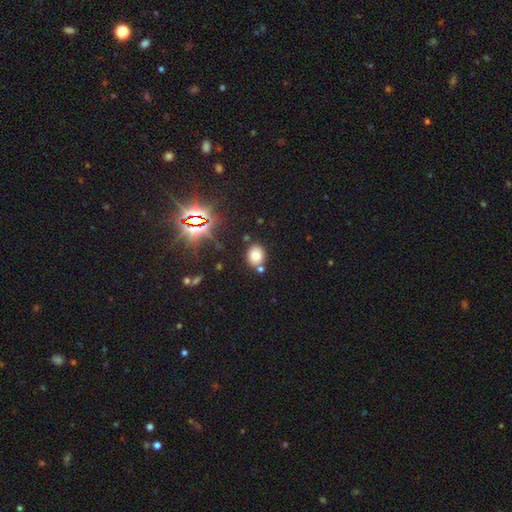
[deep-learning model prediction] This appears to be a smooth galaxy with no disk features (72%) that is round (62%). Merging: none (74%).